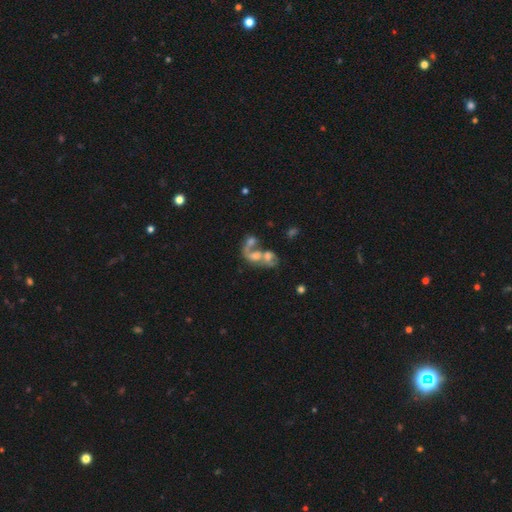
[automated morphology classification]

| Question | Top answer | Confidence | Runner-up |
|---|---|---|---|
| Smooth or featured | featured or disk | 56% | smooth (29%) |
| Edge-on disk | no | 96% | yes (4%) |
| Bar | no | 75% | weak (19%) |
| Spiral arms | yes | 50% | tied: no (50%) |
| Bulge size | moderate | 36% | none (26%) |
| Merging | merger | 64% | none (15%) |